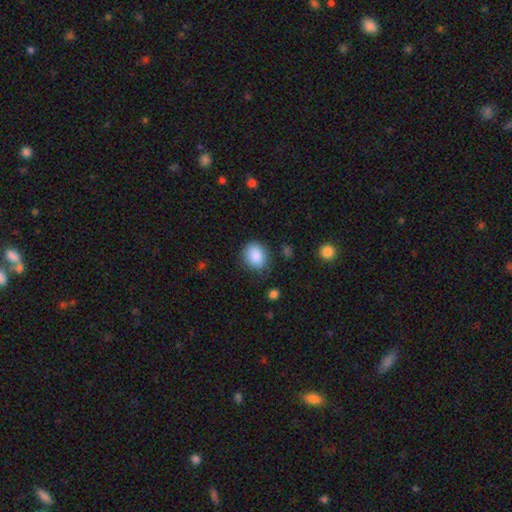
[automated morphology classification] A smooth galaxy with no disk features (89%) that is in between round and cigar-shaped (55%).

Vote fractions:
- Smooth or featured? smooth: 89% / star or artifact: 8% / featured or disk: 4%
- How rounded? in between: 55% / round: 44% / cigar-shaped: 1%
- Merging? none: 80% / minor disturbance: 14% / major disturbance: 4% / merger: 2%